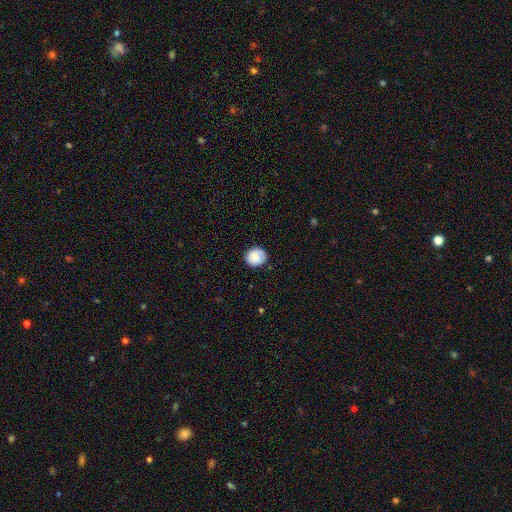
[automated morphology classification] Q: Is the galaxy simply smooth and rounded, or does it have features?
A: smooth — 83%.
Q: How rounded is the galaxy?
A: round — 78%.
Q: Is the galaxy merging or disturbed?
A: none — 80%.